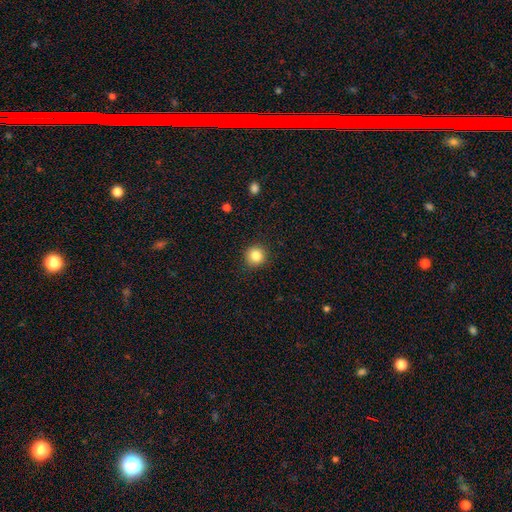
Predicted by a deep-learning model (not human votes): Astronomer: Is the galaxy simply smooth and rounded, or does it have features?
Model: smooth — 84%.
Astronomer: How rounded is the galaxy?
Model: round — 94%.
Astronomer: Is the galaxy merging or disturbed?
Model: none — 91%.